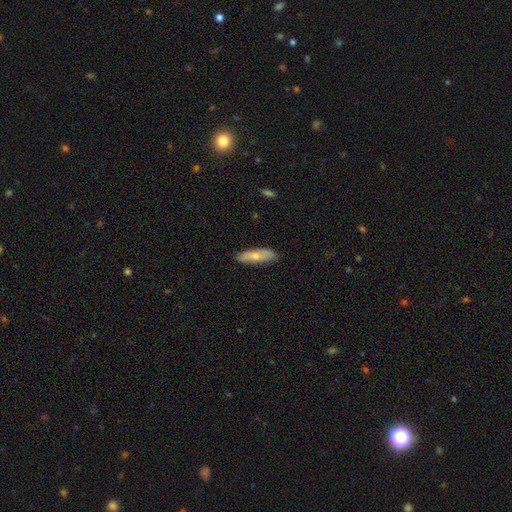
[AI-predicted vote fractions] The model was most divided on "how rounded": cigar-shaped: 57%, in between: 41%, round: 2%. More confident: merging — none (83%); smooth or featured — smooth (71%).